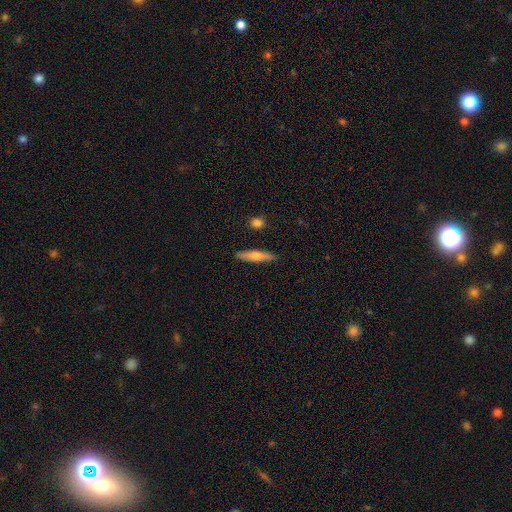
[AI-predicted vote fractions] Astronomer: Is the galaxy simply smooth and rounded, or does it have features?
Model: smooth — 50% (runner-up: featured or disk, 43%).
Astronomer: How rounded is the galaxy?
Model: cigar-shaped — 86%.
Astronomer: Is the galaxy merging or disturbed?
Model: none — 89%.